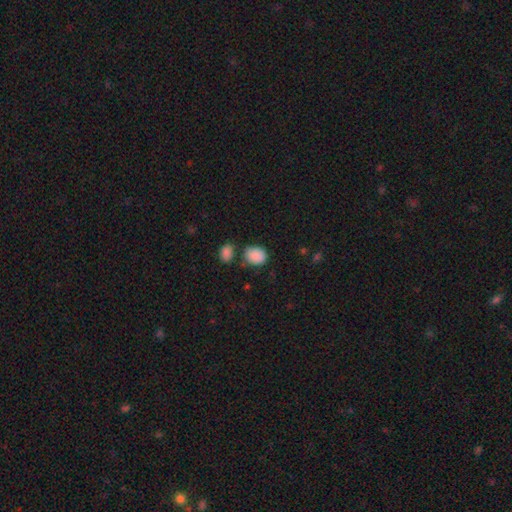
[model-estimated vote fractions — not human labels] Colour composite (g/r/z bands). It shows a smooth galaxy with no disk features (88%) that is in between round and cigar-shaped (60%). Merging: none (65%).